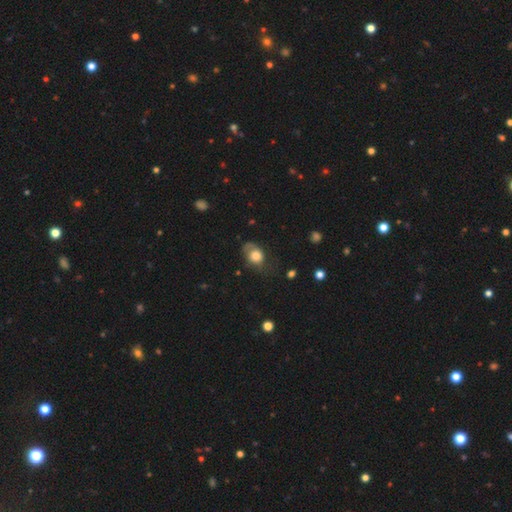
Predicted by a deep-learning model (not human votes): smooth-or-featured: smooth: 69% | featured or disk: 23% | star or artifact: 9%
  how-rounded: in between: 58% | round: 41% | cigar-shaped: 1%
  merging: none: 45% | minor disturbance: 30% | major disturbance: 23% | merger: 2%